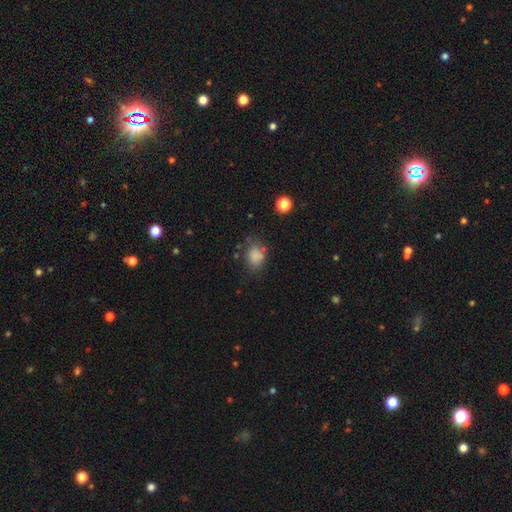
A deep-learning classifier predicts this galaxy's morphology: The model was most divided on "how rounded": in between: 57%, round: 42%, cigar-shaped: 1%. More confident: smooth or featured — smooth (79%); merging — none (64%).